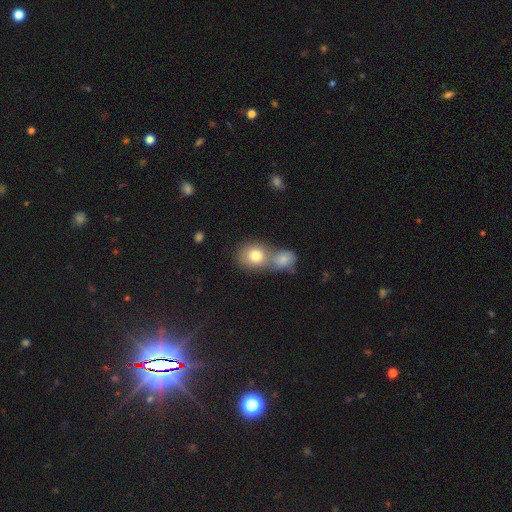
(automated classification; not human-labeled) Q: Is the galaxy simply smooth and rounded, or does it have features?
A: smooth — 78%.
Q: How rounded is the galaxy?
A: round — 66%.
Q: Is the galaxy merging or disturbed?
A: merger — 56%.